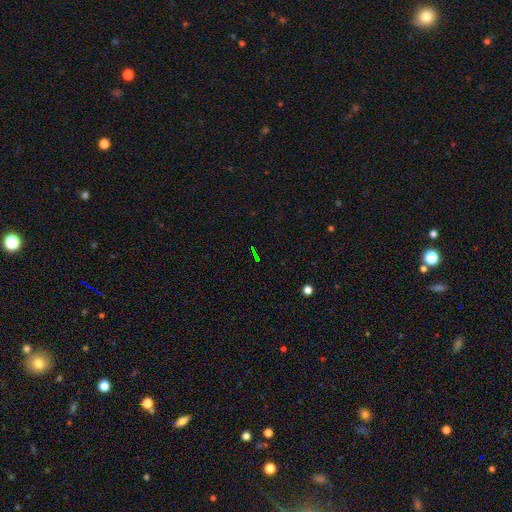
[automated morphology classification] star or artifact 70%, smooth 17%, featured or disk 13%.